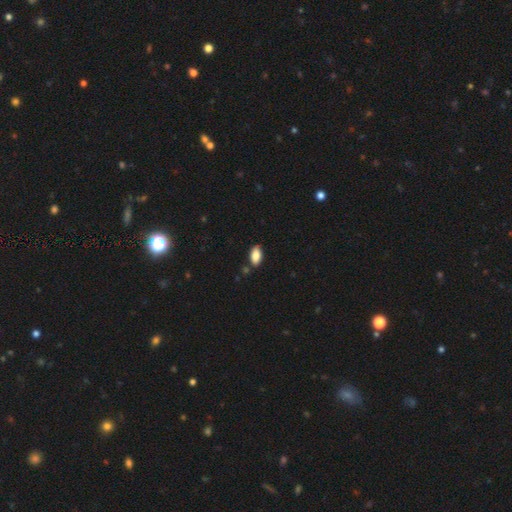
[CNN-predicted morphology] type=smooth (86%); roundness=in between (92%); merging=none (83%).